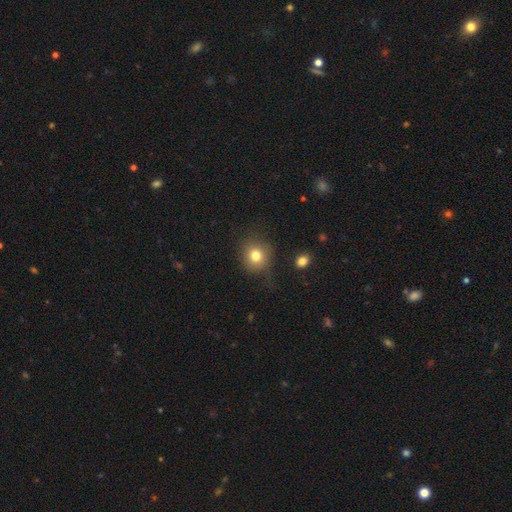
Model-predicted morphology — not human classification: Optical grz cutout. It shows a smooth galaxy with no disk features (78%) that is round (85%). Merging: none (75%).